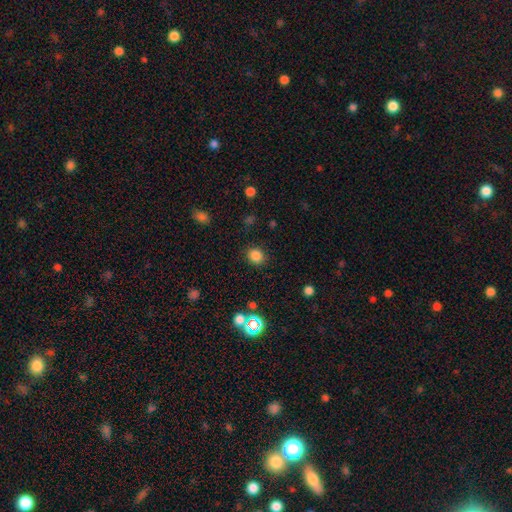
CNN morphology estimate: smooth-or-featured: smooth: 82% | star or artifact: 14% | featured or disk: 4%
  how-rounded: round: 76% | in between: 23% | cigar-shaped: 1%
  merging: none: 88% | minor disturbance: 8% | major disturbance: 3% | merger: 1%